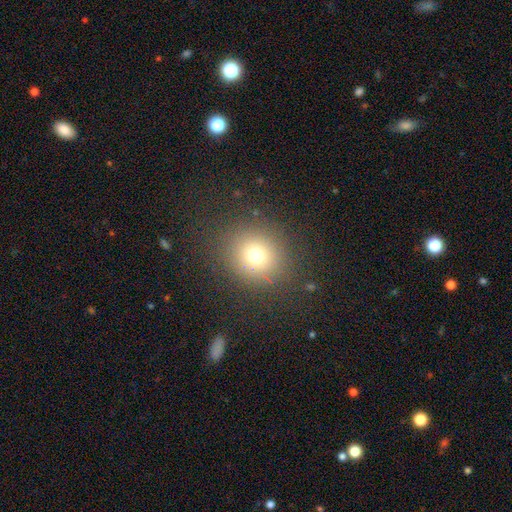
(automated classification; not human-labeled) Smooth or featured? Predicted: smooth (p=0.73). How rounded? Predicted: round (p=0.88). Merging? Predicted: none (p=0.87).